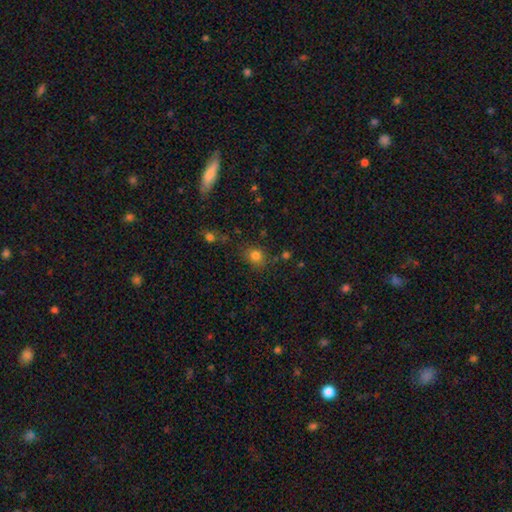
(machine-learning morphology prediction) smooth-or-featured: smooth: 80% | star or artifact: 14% | featured or disk: 6%
  how-rounded: round: 70% | in between: 28% | cigar-shaped: 1%
  merging: none: 75% | minor disturbance: 15% | merger: 5% | major disturbance: 5%